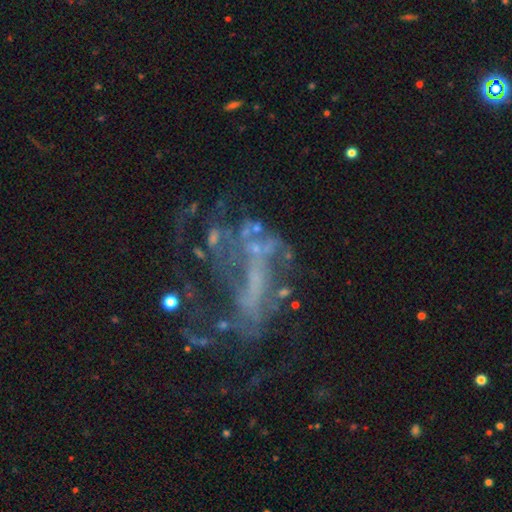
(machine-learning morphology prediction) The model was most divided on "merging": major disturbance: 42%, none: 34%, minor disturbance: 15%, merger: 9%. Remaining: edge-on disk — no (95%); smooth or featured — featured or disk (70%); bulge size — none (62%); spiral arms — no (55%); bar — no (49%).